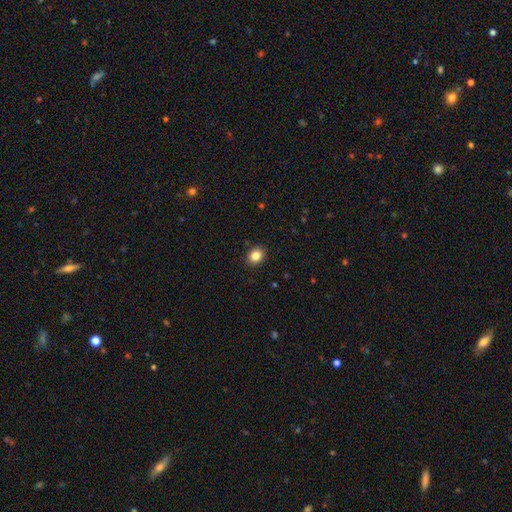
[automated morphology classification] This is clearly a smooth galaxy (85%). How rounded: possibly round (53%). Merging: clearly none (90%).